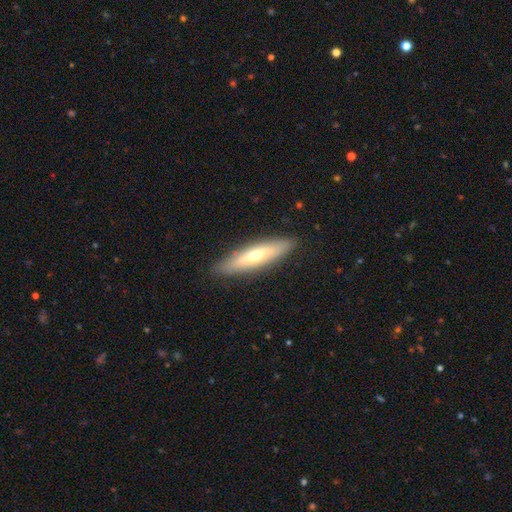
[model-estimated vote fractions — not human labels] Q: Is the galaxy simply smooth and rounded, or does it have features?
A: featured or disk — 49%.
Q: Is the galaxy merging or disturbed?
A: none — 88%.